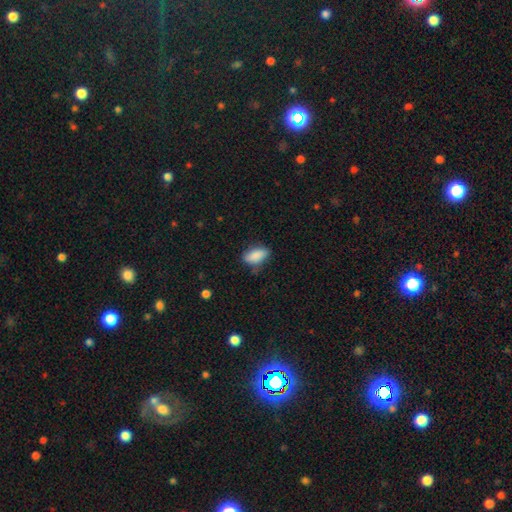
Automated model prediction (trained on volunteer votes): Overall: smooth (86%). How rounded: in between (87%). Merging: none (71%).